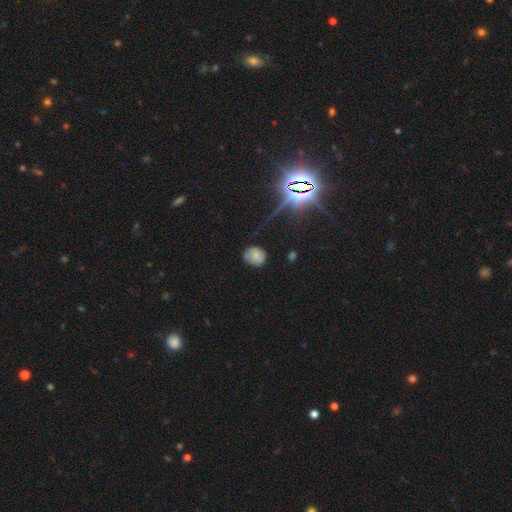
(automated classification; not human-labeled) smooth-or-featured: smooth: 70% | featured or disk: 15% | star or artifact: 15%
  how-rounded: round: 65% | in between: 33% | cigar-shaped: 1%
  merging: none: 69% | minor disturbance: 23% | major disturbance: 5% | merger: 2%